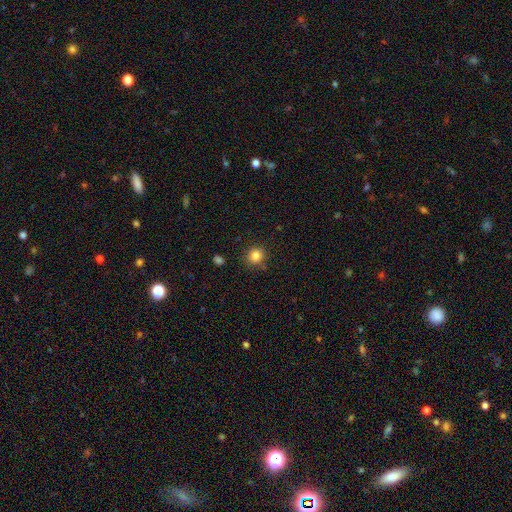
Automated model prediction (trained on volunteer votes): Smooth or featured?
  - smooth: 83% *
  - star or artifact: 11%
  - featured or disk: 5%
How rounded?
  - round: 90% *
  - in between: 9%
  - cigar-shaped: 1%
Merging?
  - none: 87% *
  - minor disturbance: 9%
  - merger: 2%
  - major disturbance: 2%